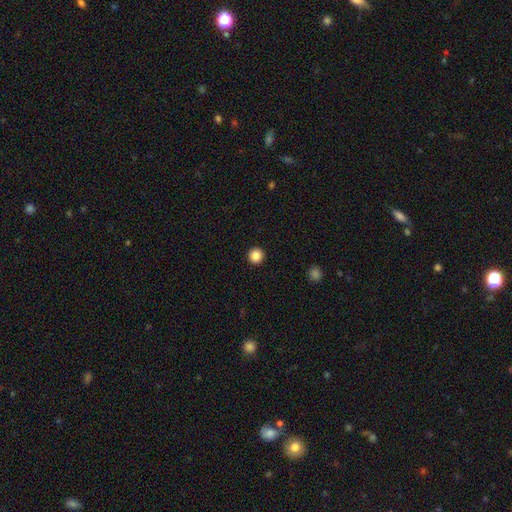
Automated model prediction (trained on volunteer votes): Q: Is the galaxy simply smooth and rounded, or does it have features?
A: smooth — 86%.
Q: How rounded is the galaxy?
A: round — 96%.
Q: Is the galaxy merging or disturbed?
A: none — 94%.